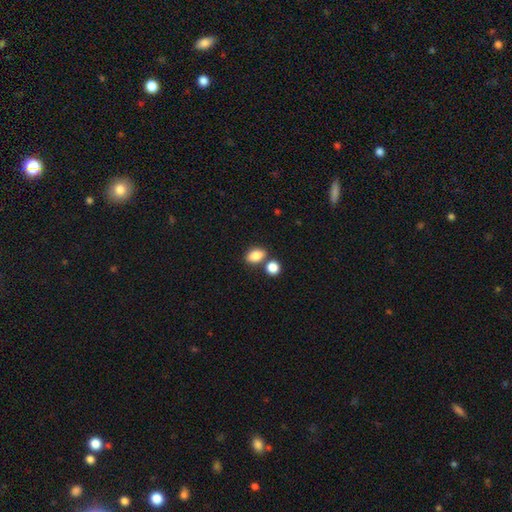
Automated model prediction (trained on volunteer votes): Smooth or featured? smooth (85%)
How rounded? in between (80%)
Merging? none (66%)